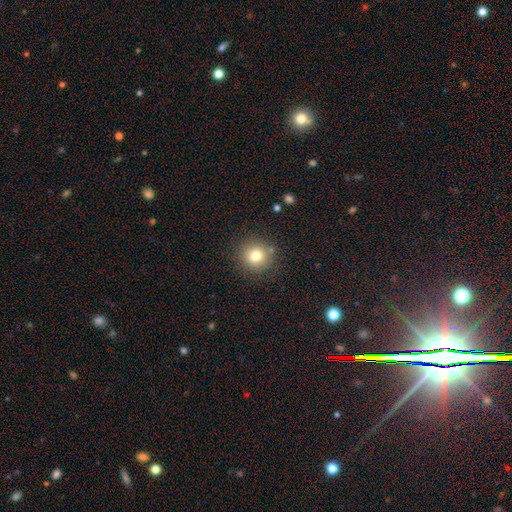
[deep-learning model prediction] A smooth galaxy with no disk features (77%) that is round (92%).

Vote fractions:
- Smooth or featured? smooth: 77% / star or artifact: 13% / featured or disk: 10%
- How rounded? round: 92% / in between: 7% / cigar-shaped: 1%
- Merging? none: 84% / minor disturbance: 9% / merger: 3% / major disturbance: 3%